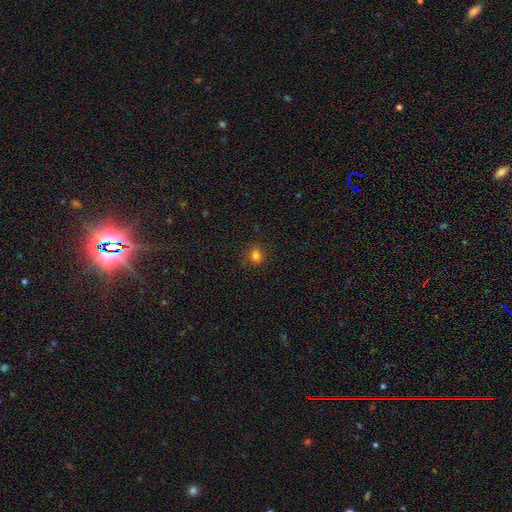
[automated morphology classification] smooth 80%, star or artifact 15%, featured or disk 5%. Down the decision tree: how rounded — round (70%); merging — none (82%).